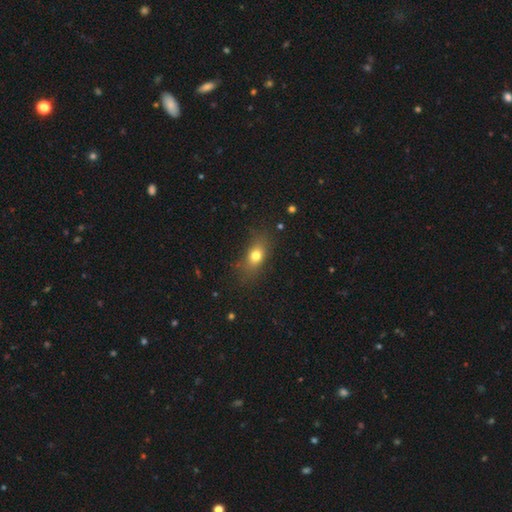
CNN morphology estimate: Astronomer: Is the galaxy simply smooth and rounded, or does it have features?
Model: smooth — 74%.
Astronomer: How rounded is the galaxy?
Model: in between — 71%.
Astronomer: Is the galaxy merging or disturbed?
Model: none — 78%.